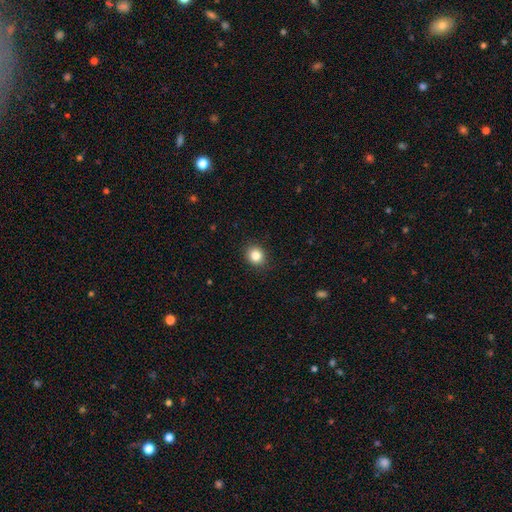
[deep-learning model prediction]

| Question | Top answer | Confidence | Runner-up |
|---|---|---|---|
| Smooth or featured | smooth | 84% | star or artifact (11%) |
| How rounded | round | 79% | in between (20%) |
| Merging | none | 90% | minor disturbance (7%) |